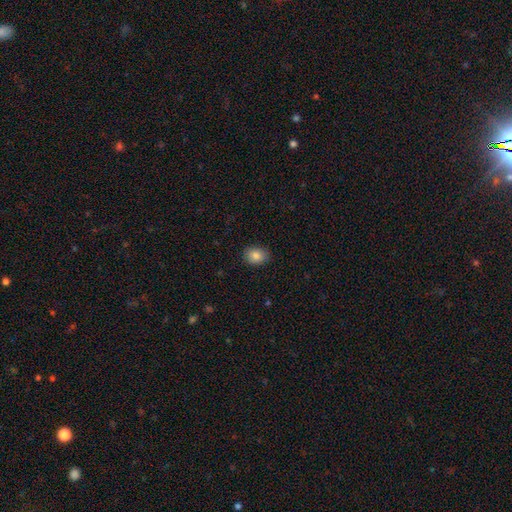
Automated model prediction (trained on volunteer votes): Morphology: type=smooth (84%); roundness=in between (56%); merging=none (87%).